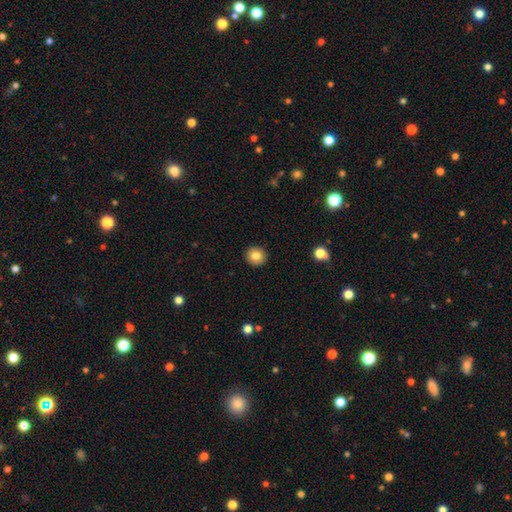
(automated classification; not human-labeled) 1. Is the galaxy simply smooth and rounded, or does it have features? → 82% smooth, 9% star or artifact, 9% featured or disk.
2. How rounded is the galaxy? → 93% round, 6% in between, 1% cigar-shaped.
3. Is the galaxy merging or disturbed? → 92% none, 5% minor disturbance, 2% major disturbance, 1% merger.